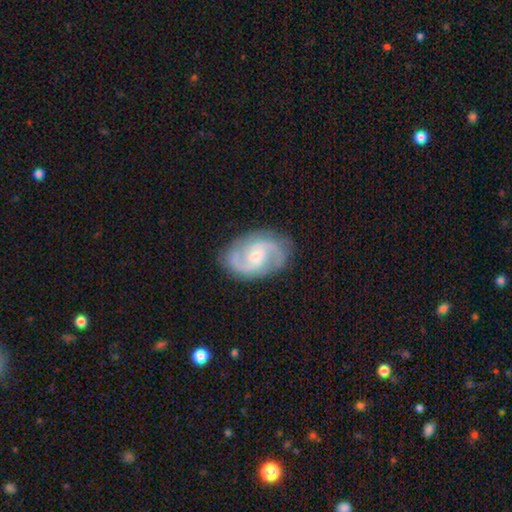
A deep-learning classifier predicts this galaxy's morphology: Smooth or featured?
  - featured or disk: 88% *
  - smooth: 7%
  - star or artifact: 5%
Edge-on disk?
  - no: 98% *
  - yes: 2%
Bar?
  - no: 47% *
  - weak: 45%
  - strong: 8%
Spiral arms?
  - yes: 98% *
  - no: 2%
Spiral winding?
  - medium: 58% *
  - tight: 26%
  - loose: 16%
Spiral arm count?
  - 2: 88% *
  - 3: 4%
  - can't tell: 4%
  - 1: 1%
  - 4: 1%
  - more than 4: 1%
Bulge size?
  - small: 54% *
  - moderate: 36%
  - none: 6%
  - large: 3%
  - dominant: 1%
Merging?
  - none: 81% *
  - minor disturbance: 13%
  - major disturbance: 4%
  - merger: 1%